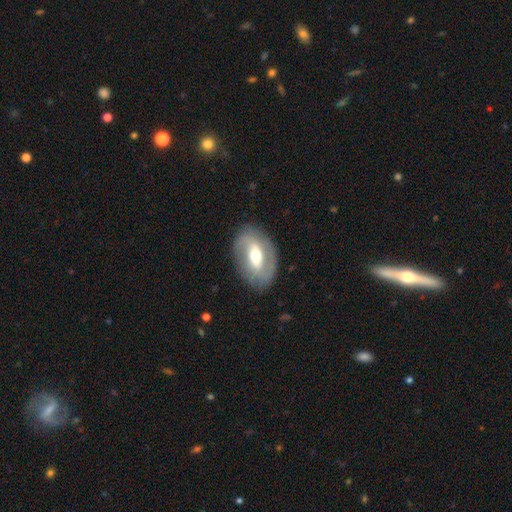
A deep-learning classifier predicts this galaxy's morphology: Overall: featured or disk (63%; smooth 31%). Edge-on disk: no (92%). Bar: weak (39%; strong 36%). Spiral arms: yes (57%; no 43%). Bulge size: moderate (68%). Merging: none (81%).